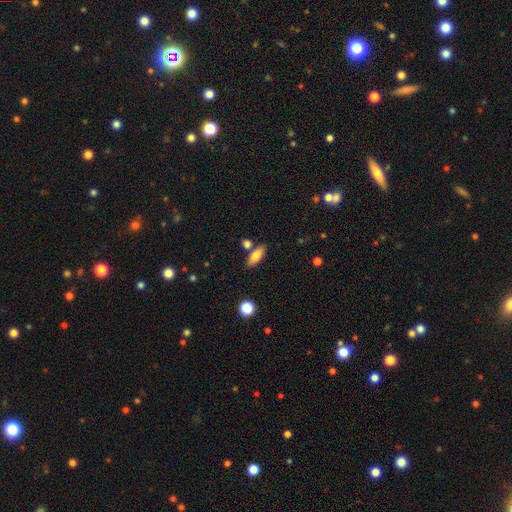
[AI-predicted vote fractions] This appears to be a smooth galaxy with no disk features (75%) that is in between round and cigar-shaped (75%). Merging: none (76%).